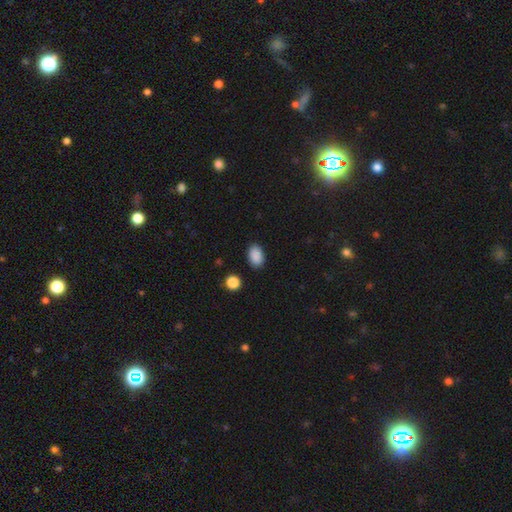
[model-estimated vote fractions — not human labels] The model was most divided on "how rounded": in between: 87%, round: 12%, cigar-shaped: 1%. More confident: smooth or featured — smooth (89%); merging — none (87%).